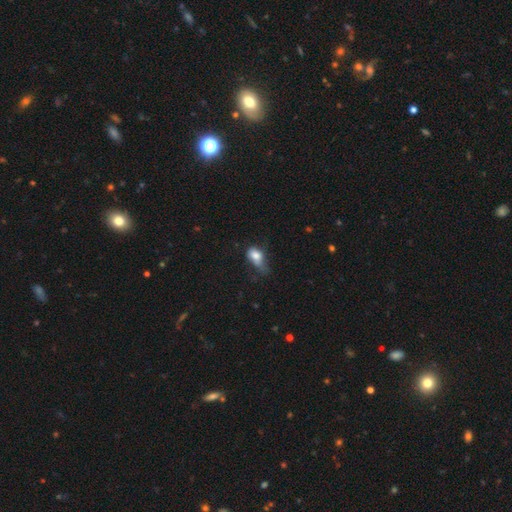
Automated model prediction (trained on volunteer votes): smooth_or_featured: smooth (p=0.76) [alt: featured or disk p=0.15]
how_rounded: in between (p=0.81) [alt: round p=0.15]
merging: minor disturbance (p=0.38) [alt: major disturbance p=0.35]